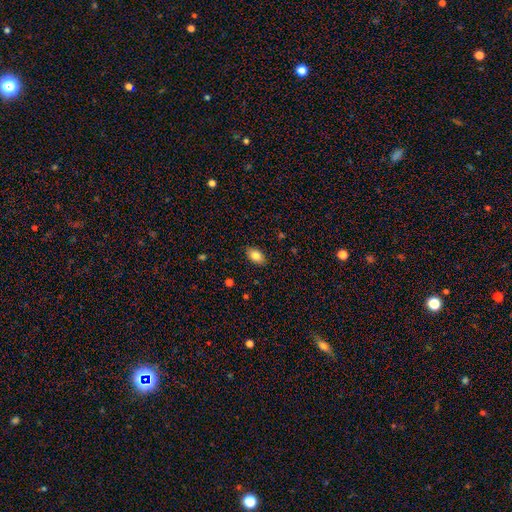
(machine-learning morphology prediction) smooth-or-featured: smooth: 82% | featured or disk: 10% | star or artifact: 8%
  how-rounded: in between: 89% | round: 9% | cigar-shaped: 2%
  merging: none: 87% | minor disturbance: 10% | major disturbance: 2% | merger: 1%